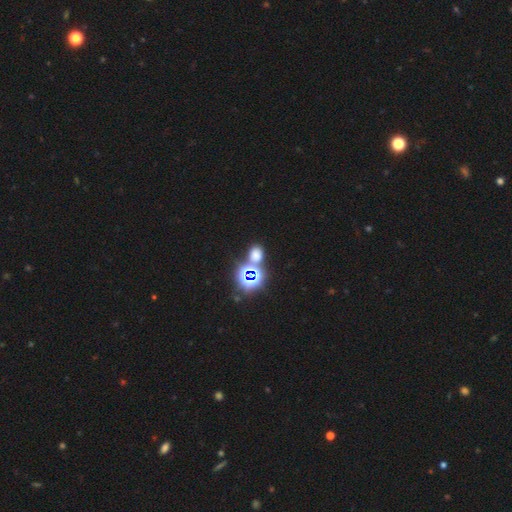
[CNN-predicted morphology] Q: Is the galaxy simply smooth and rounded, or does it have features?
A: smooth — 53%.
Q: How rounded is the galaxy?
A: in between — 51%.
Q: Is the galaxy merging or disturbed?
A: none — 64%.